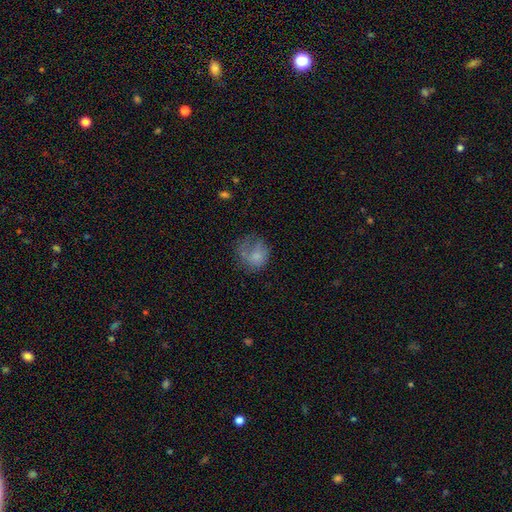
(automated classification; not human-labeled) Smooth or featured: smooth — 65% (featured or disk — 25%)
How rounded: round — 65% (in between — 34%)
Merging: major disturbance — 37% (none — 33%)